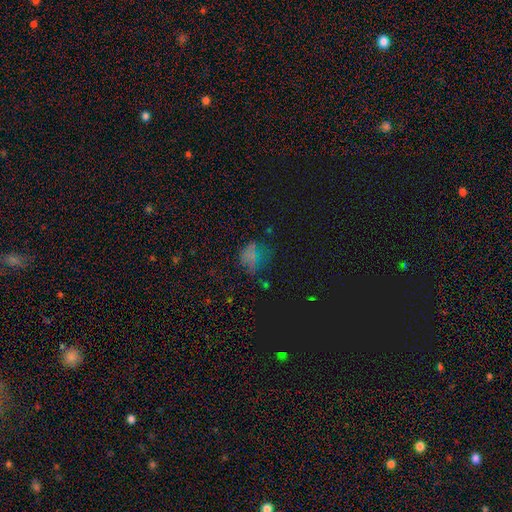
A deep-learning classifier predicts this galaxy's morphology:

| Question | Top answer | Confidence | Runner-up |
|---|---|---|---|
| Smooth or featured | smooth | 45% | star or artifact (40%) |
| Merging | none | 54% | minor disturbance (24%) |